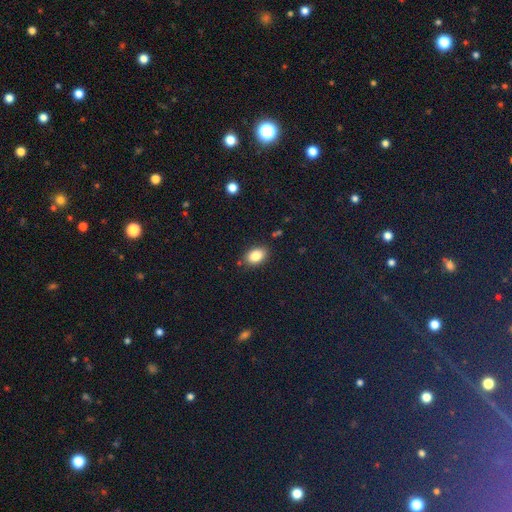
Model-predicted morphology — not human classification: A smooth galaxy with no disk features (85%) that is in between round and cigar-shaped (84%). Merging: none (84%).